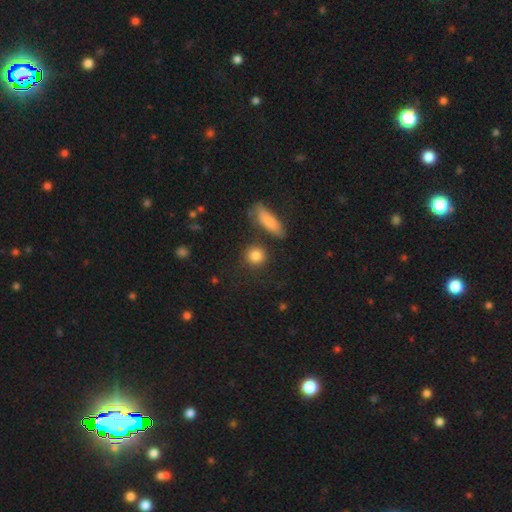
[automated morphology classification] smooth 84%, star or artifact 9%, featured or disk 8%. Down the decision tree: how rounded — round (84%); merging — none (79%).